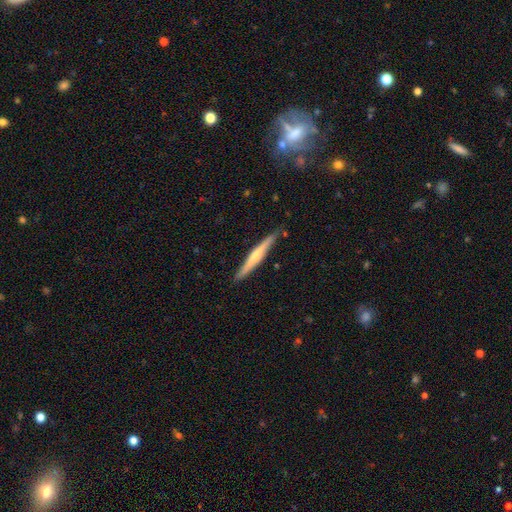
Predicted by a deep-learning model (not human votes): smooth_or_featured: featured or disk (p=0.58) [alt: smooth p=0.36]
disk_edge_on: yes (p=0.97) [alt: no p=0.03]
edge_on_bulge: rounded (p=0.74) [alt: none p=0.20]
merging: none (p=0.87) [alt: minor disturbance p=0.10]